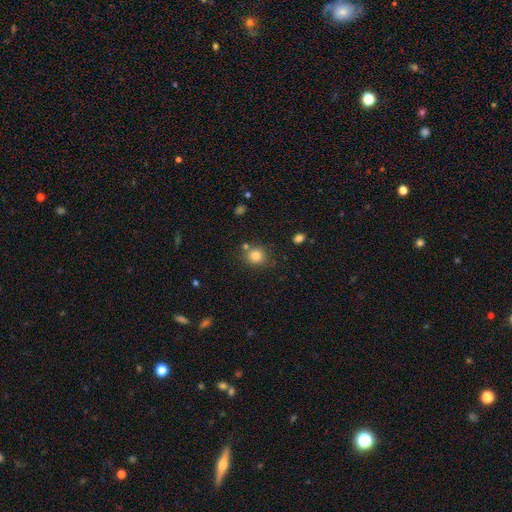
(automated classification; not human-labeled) Smooth or featured? smooth (81%)
How rounded? round (87%)
Merging? none (75%)